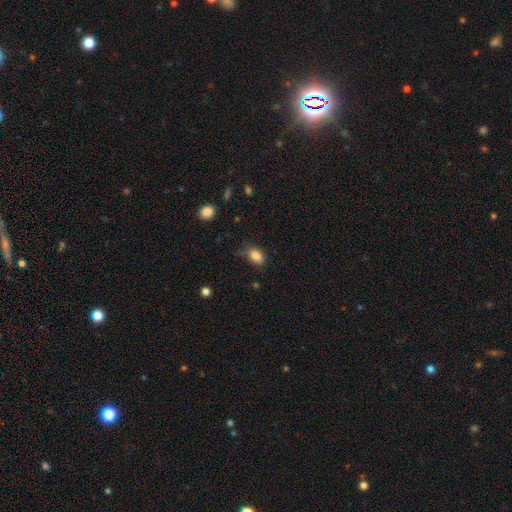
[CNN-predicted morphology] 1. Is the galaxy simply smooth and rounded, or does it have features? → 84% smooth, 10% star or artifact, 6% featured or disk.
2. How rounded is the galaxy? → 78% in between, 20% round, 2% cigar-shaped.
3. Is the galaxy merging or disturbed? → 64% none, 27% minor disturbance, 6% major disturbance, 2% merger.